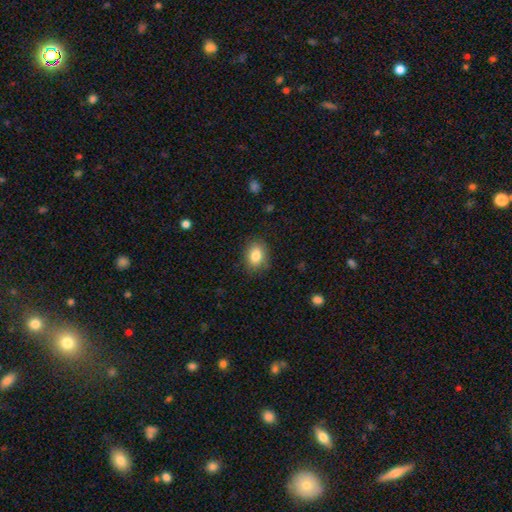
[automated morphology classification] Smooth or featured?
  - smooth: 84% *
  - star or artifact: 8%
  - featured or disk: 8%
How rounded?
  - in between: 69% *
  - round: 30%
  - cigar-shaped: 1%
Merging?
  - none: 83% *
  - minor disturbance: 13%
  - major disturbance: 3%
  - merger: 1%